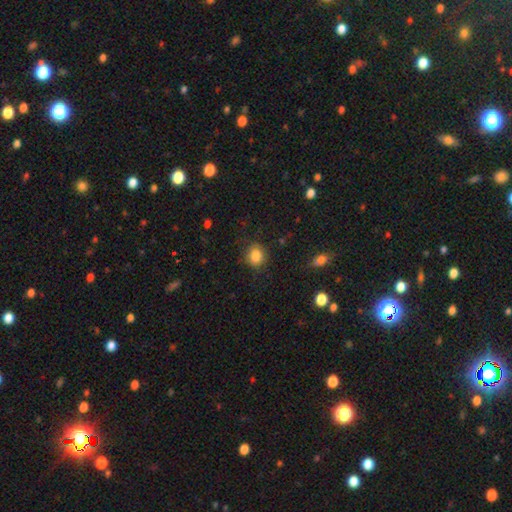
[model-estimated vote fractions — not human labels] The model was most divided on "how rounded": round: 76%, in between: 23%, cigar-shaped: 1%. More confident: smooth or featured — smooth (84%); merging — none (83%).